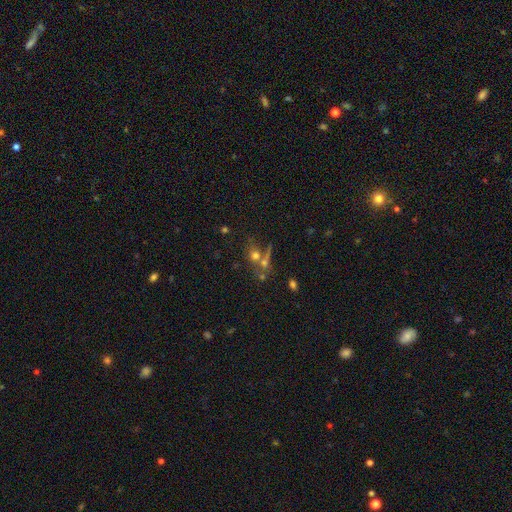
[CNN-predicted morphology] The model was most divided on "merging": merger: 45%, none: 38%, minor disturbance: 9%, major disturbance: 9%. More confident: how rounded — round (72%); smooth or featured — smooth (57%).